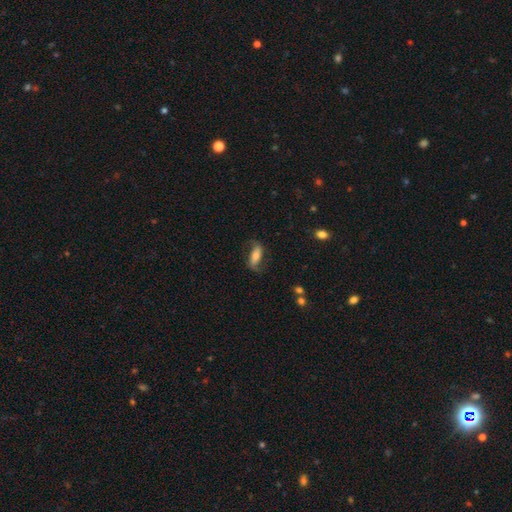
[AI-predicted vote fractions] A featured or disk galaxy (50%).

Vote fractions:
- Smooth or featured? featured or disk: 50% / smooth: 42% / star or artifact: 7%
- Edge-on disk? no: 84% / yes: 16%
- Merging? none: 66% / minor disturbance: 19% / major disturbance: 13% / merger: 2%